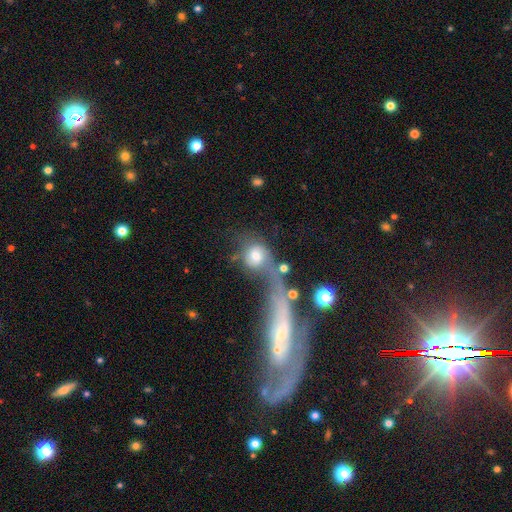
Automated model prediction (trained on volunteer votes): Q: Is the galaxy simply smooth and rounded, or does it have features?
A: smooth — 60%.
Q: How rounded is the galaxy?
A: round — 72%.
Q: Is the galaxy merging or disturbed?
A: merger — 39%.